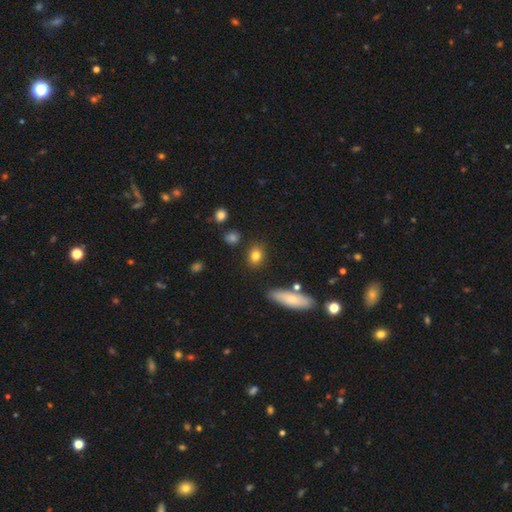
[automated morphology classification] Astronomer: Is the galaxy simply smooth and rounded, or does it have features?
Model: smooth — 81%.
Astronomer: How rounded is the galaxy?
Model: in between — 52% (runner-up: round, 45%).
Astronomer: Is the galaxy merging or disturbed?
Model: none — 84%.